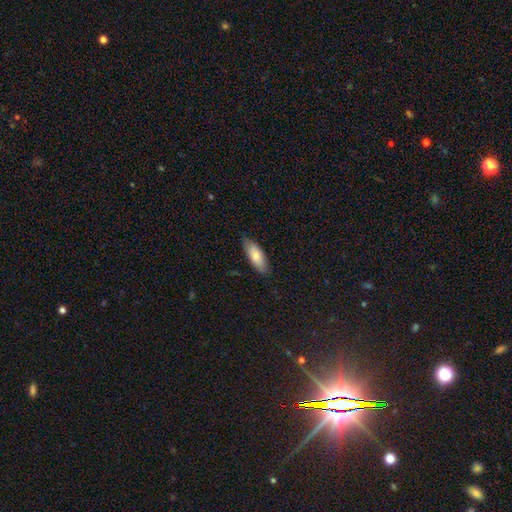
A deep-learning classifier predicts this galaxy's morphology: smooth_or_featured: smooth (p=0.77) [alt: featured or disk p=0.18]
how_rounded: in between (p=0.75) [alt: cigar-shaped p=0.23]
merging: none (p=0.84) [alt: minor disturbance p=0.13]